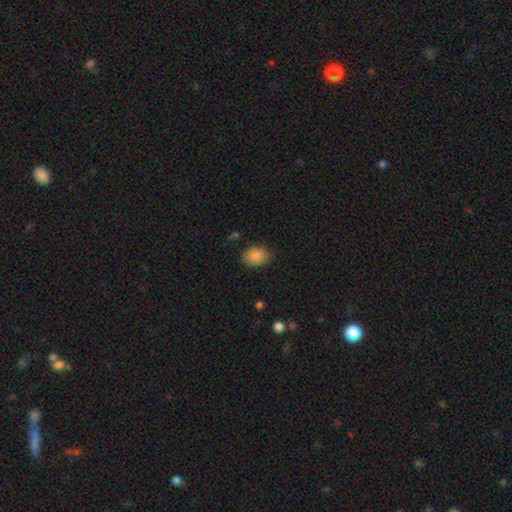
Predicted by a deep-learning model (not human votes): Overall: smooth (87%). How rounded: in between (60%; round 40%). Merging: none (81%).